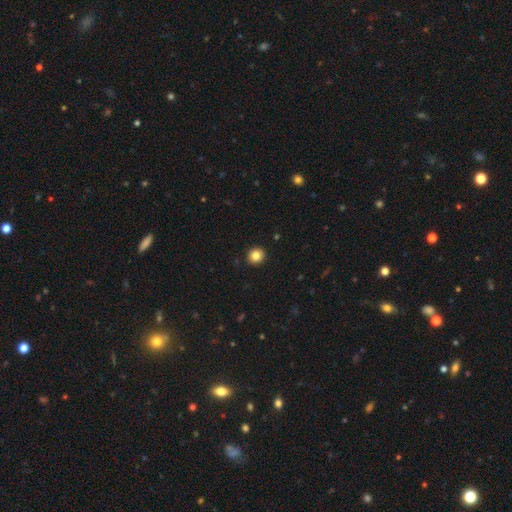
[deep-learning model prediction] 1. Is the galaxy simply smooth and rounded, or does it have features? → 83% smooth, 11% star or artifact, 6% featured or disk.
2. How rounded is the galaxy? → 90% round, 9% in between, 1% cigar-shaped.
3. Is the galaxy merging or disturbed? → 93% none, 5% minor disturbance, 1% major disturbance, 1% merger.